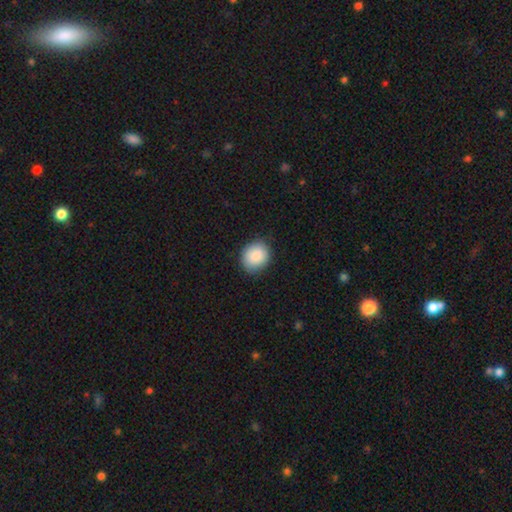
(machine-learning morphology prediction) A smooth galaxy with no disk features (89%) that is round (66%).

Vote fractions:
- Smooth or featured? smooth: 89% / star or artifact: 7% / featured or disk: 5%
- How rounded? round: 66% / in between: 34% / cigar-shaped: 1%
- Merging? none: 83% / minor disturbance: 14% / major disturbance: 3% / merger: 1%